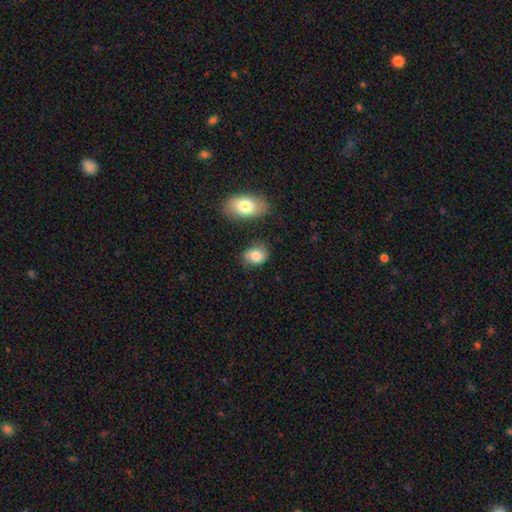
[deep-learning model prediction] smooth-or-featured: smooth: 82% | featured or disk: 10% | star or artifact: 8%
  how-rounded: in between: 68% | round: 31% | cigar-shaped: 1%
  merging: none: 71% | minor disturbance: 18% | merger: 6% | major disturbance: 5%